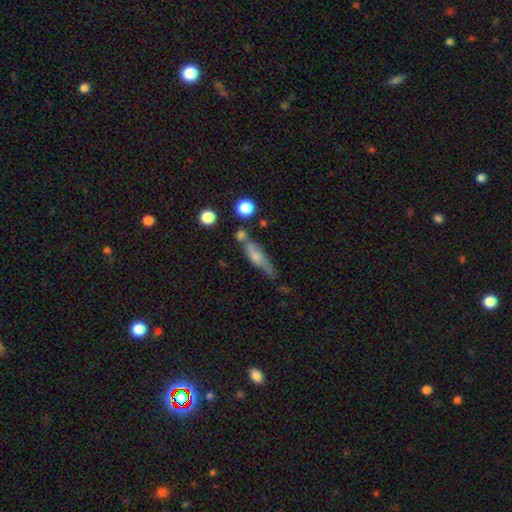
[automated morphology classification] A smooth galaxy with no disk features (57%) that is cigar-shaped (62%). Merging: none (46%).